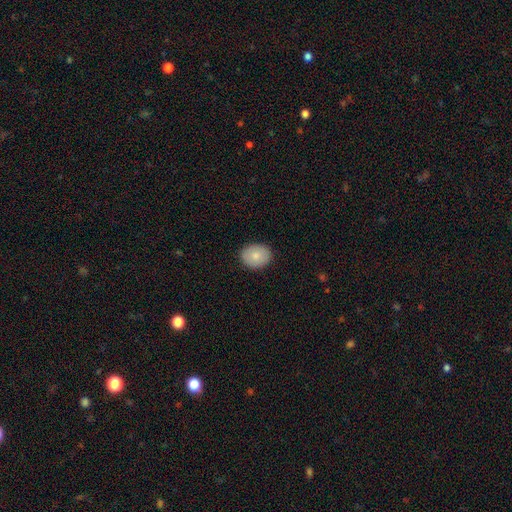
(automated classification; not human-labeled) Smooth or featured: smooth — 83% (featured or disk — 10%)
How rounded: in between — 58% (round — 41%)
Merging: none — 89% (minor disturbance — 8%)